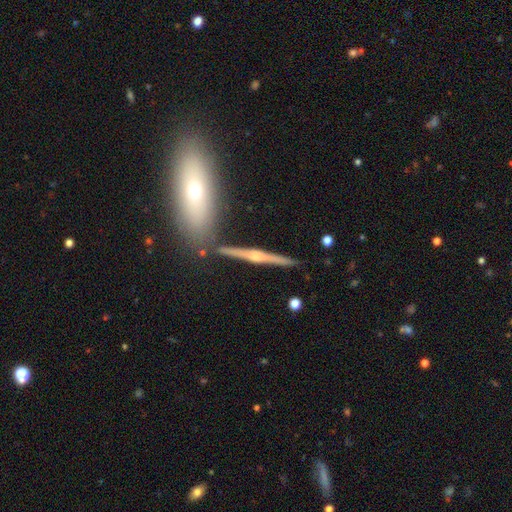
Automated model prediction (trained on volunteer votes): Smooth or featured? Predicted: featured or disk (p=0.76). Edge-on disk? Predicted: yes (p=0.97). Edge-on bulge? Predicted: rounded (p=0.85). Merging? Predicted: none (p=0.85).